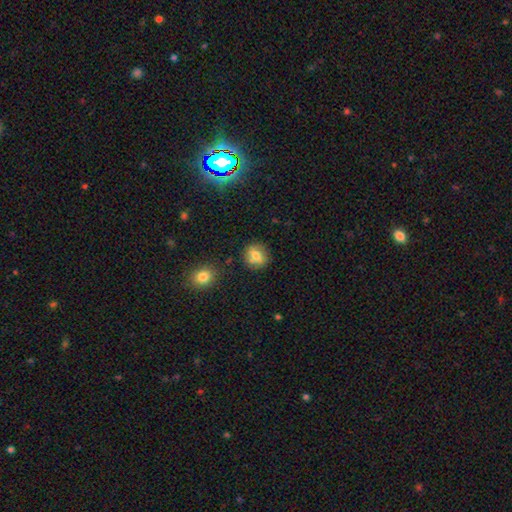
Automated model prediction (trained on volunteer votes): A smooth galaxy with no disk features (68%) that is round (69%). Merging: none (76%).